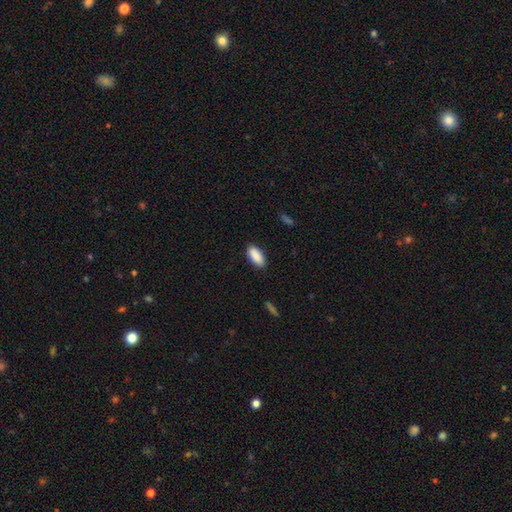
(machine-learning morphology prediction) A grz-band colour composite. It shows a smooth galaxy with no disk features (89%) that is in between round and cigar-shaped (87%). Merging: none (86%).